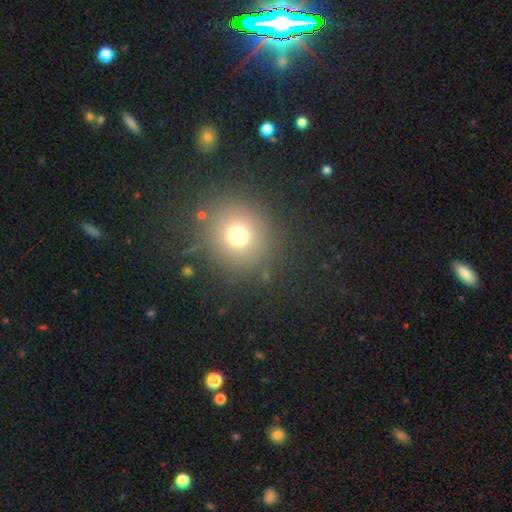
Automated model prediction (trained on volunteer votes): Overall: smooth (64%; star or artifact 27%). How rounded: round (90%). Merging: none (89%).